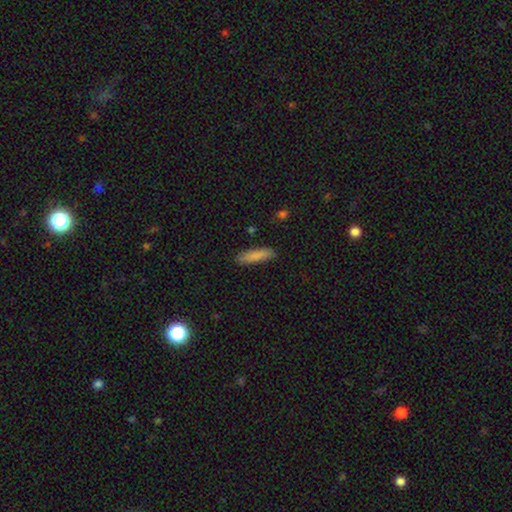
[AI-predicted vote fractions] smooth 84%, featured or disk 9%, star or artifact 7%. Down the decision tree: how rounded — cigar-shaped (71%); merging — none (86%).